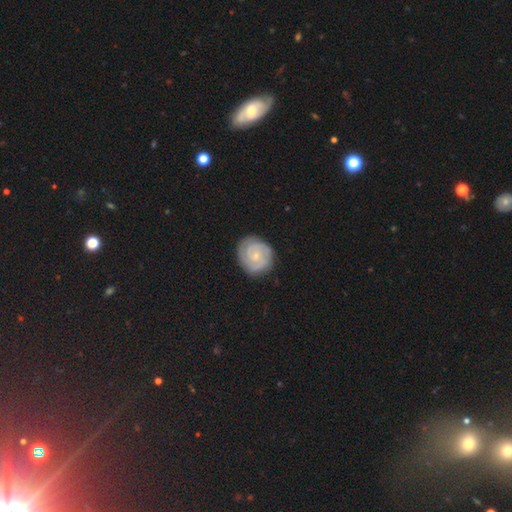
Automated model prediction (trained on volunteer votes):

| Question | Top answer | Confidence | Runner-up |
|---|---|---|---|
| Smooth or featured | featured or disk | 78% | smooth (16%) |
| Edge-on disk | no | 98% | yes (2%) |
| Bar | no | 67% | weak (29%) |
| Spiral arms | yes | 96% | no (4%) |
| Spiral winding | tight | 73% | medium (23%) |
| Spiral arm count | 2 | 55% | 3 (18%) |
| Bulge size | small | 73% | moderate (21%) |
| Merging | none | 84% | minor disturbance (12%) |